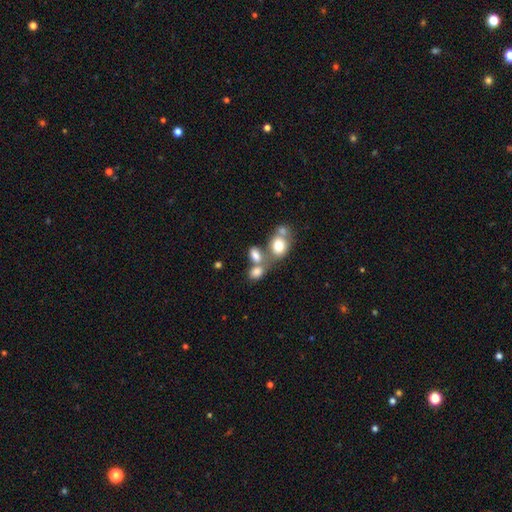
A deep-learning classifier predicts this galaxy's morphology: smooth 76%, featured or disk 13%, star or artifact 11%. Down the decision tree: how rounded — in between (73%); merging — merger (49%).